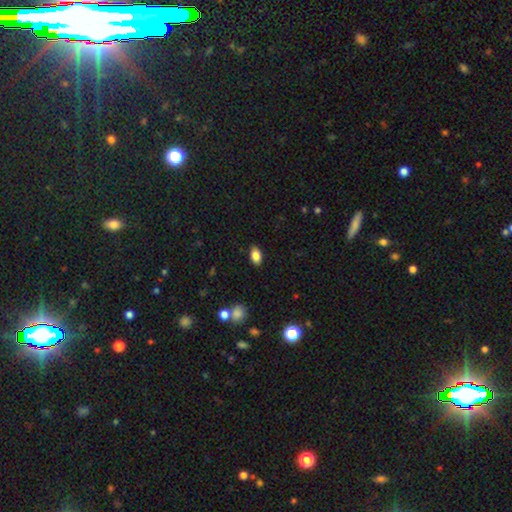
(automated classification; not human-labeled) This appears to be a smooth galaxy with no disk features (85%) that is in between round and cigar-shaped (90%). Merging: none (87%).